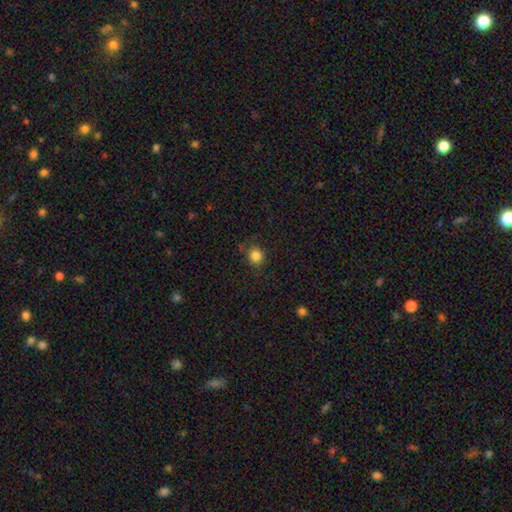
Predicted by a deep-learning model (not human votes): The model was most divided on "merging": none: 83%, minor disturbance: 11%, major disturbance: 3%, merger: 2%. More confident: how rounded — round (89%); smooth or featured — smooth (84%).